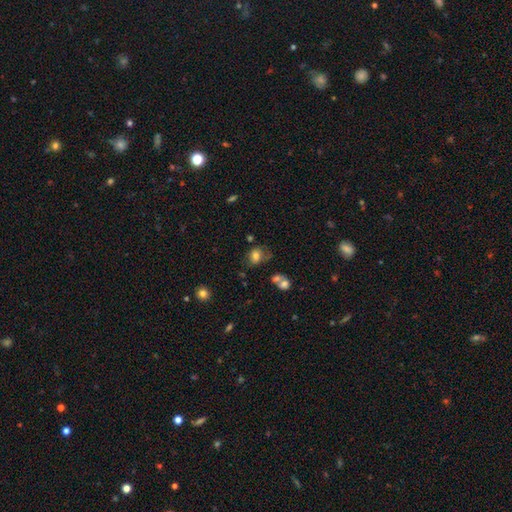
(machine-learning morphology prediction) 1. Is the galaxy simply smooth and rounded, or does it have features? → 72% smooth, 17% featured or disk, 11% star or artifact.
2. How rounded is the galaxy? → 59% in between, 40% round, 1% cigar-shaped.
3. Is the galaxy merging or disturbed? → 53% none, 24% minor disturbance, 13% major disturbance, 11% merger.